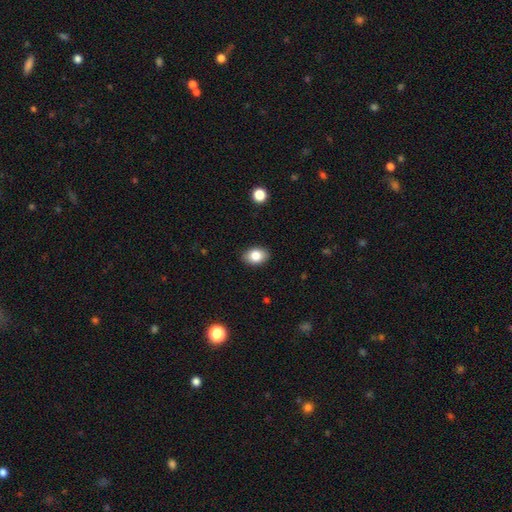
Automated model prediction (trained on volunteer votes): Smooth or featured?
  - smooth: 83% *
  - featured or disk: 9%
  - star or artifact: 8%
How rounded?
  - in between: 82% *
  - round: 17%
  - cigar-shaped: 1%
Merging?
  - none: 89% *
  - minor disturbance: 9%
  - major disturbance: 2%
  - merger: 1%